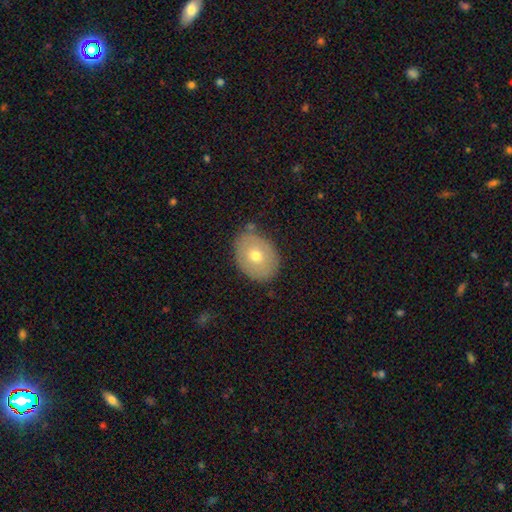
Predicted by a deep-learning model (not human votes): This is likely a smooth galaxy (63%). How rounded: likely in between (66%). Merging: likely none (76%).